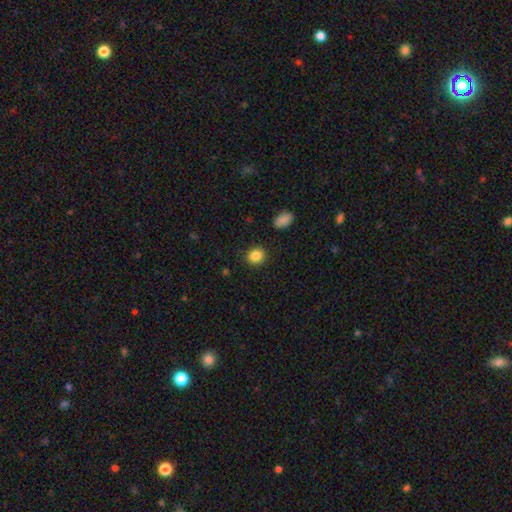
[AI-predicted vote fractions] This appears to be a smooth galaxy with no disk features (86%) that is round (75%). Merging: none (89%).